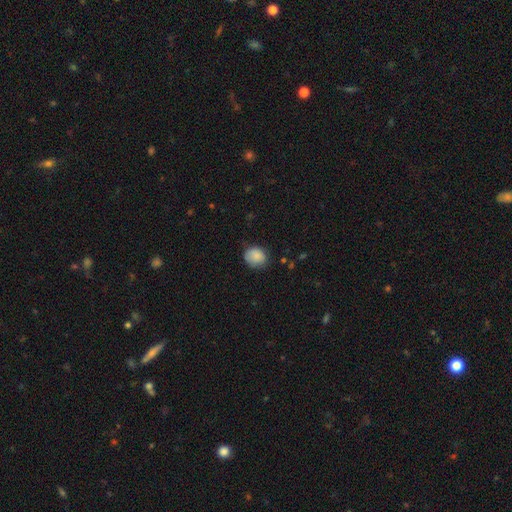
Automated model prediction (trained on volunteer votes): This is clearly a smooth galaxy (85%). How rounded: likely round (62%). Merging: likely none (70%).